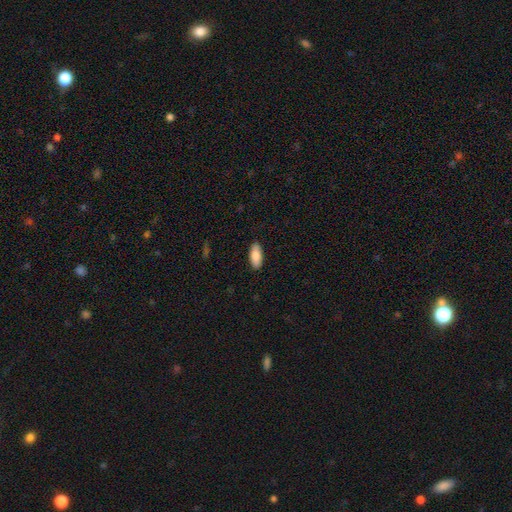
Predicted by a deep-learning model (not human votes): Smooth or featured? smooth (86%)
How rounded? in between (85%)
Merging? none (88%)